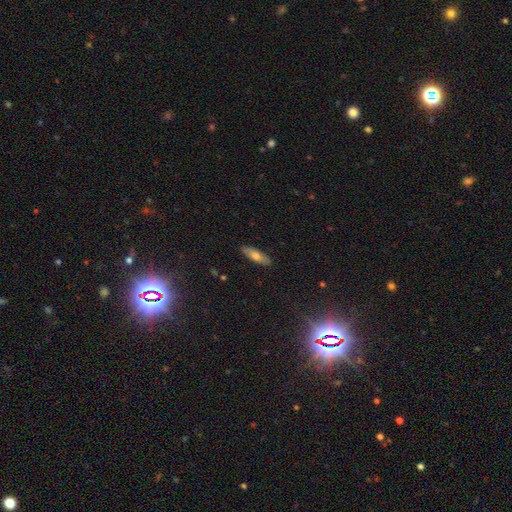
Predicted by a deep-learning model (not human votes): Smooth or featured: smooth — 67% (featured or disk — 26%)
How rounded: in between — 49% (tied with cigar-shaped — 49%)
Merging: none — 89% (minor disturbance — 8%)